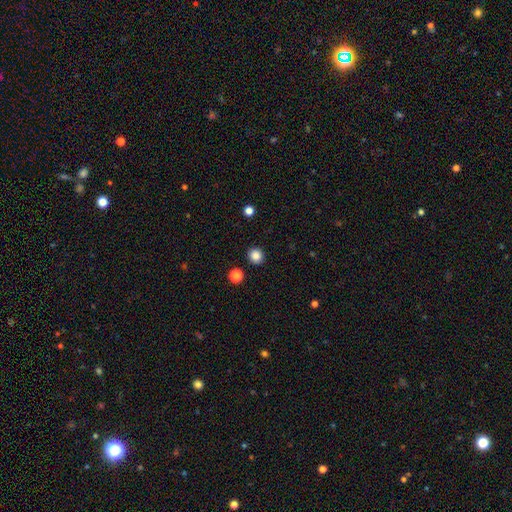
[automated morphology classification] smooth 85%, star or artifact 11%, featured or disk 4%. Down the decision tree: how rounded — round (90%); merging — none (91%).